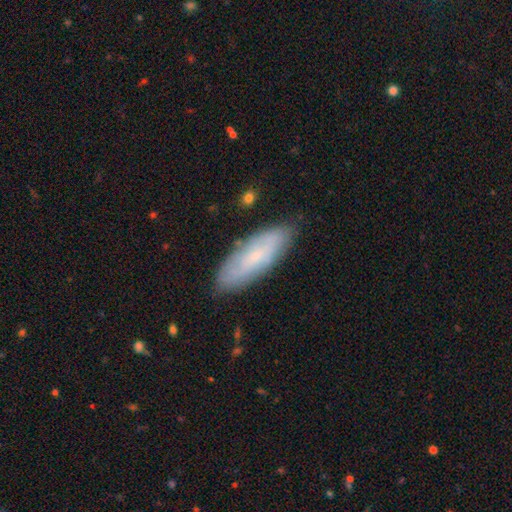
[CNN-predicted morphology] Smooth or featured? Predicted: smooth (p=0.53). How rounded? Predicted: in between (p=0.62). Merging? Predicted: none (p=0.81).